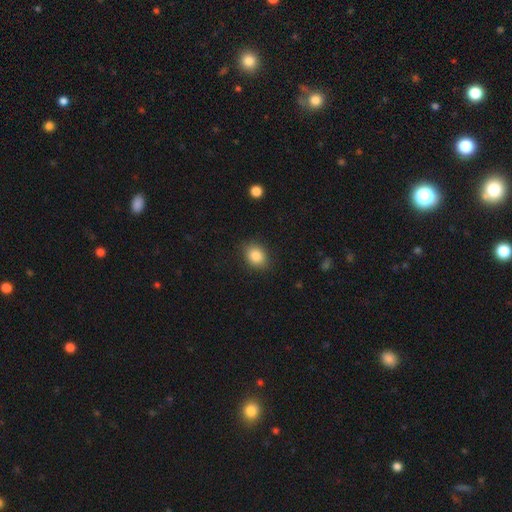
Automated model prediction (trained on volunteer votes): Smooth or featured? smooth (86%)
How rounded? in between (57%)
Merging? none (86%)